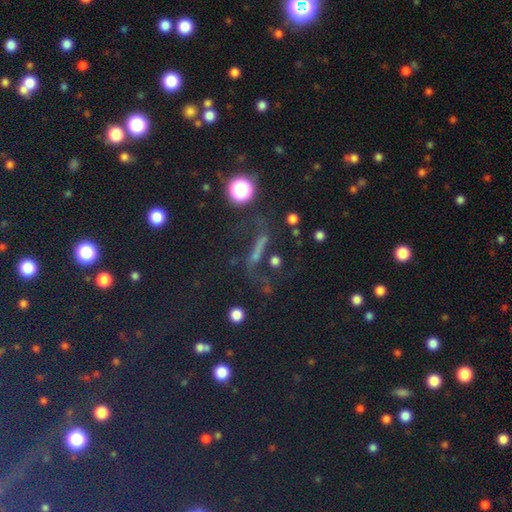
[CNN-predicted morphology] A star or artifact, not a galaxy (41%).